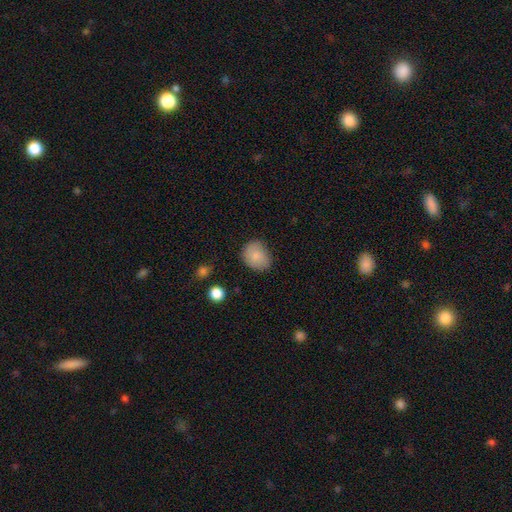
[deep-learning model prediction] A smooth galaxy with no disk features (81%) that is round (56%). Merging: none (71%).